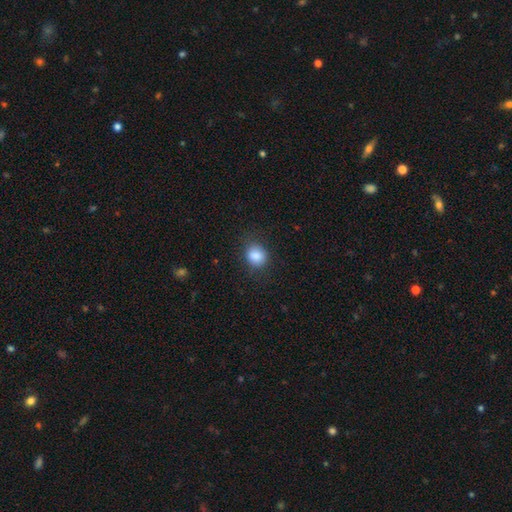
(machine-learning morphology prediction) Overall: smooth (86%). How rounded: round (68%; in between 31%). Merging: none (80%).